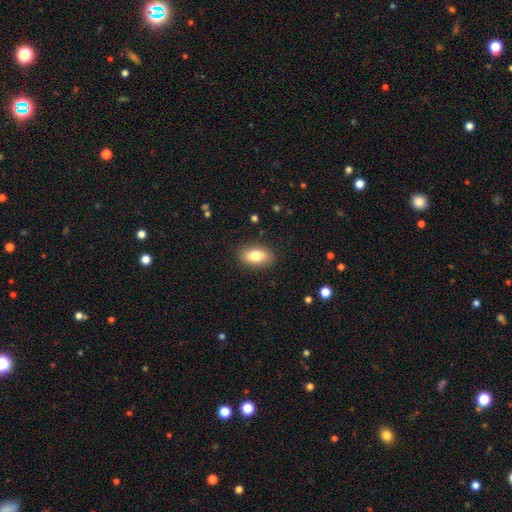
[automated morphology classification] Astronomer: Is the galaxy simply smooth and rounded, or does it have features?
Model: smooth — 79%.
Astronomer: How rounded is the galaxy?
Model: in between — 89%.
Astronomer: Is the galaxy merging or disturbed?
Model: none — 88%.